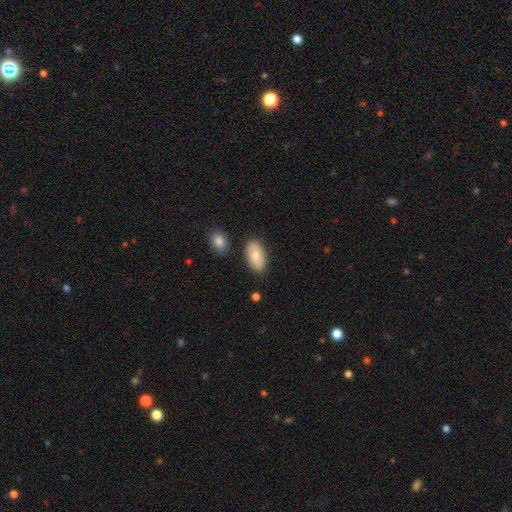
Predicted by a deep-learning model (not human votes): A smooth galaxy with no disk features (75%) that is in between round and cigar-shaped (94%). Merging: none (82%).